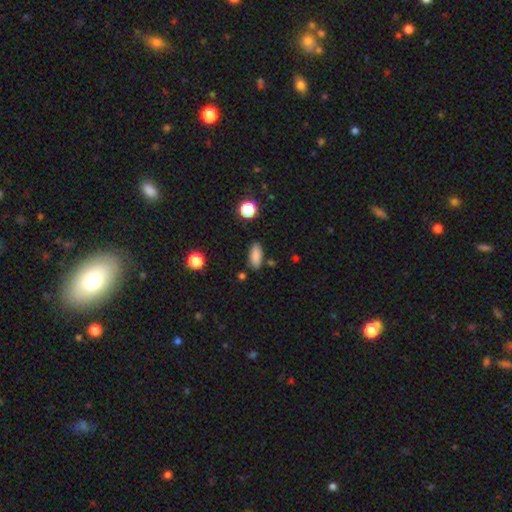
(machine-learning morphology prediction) The model was most divided on "how rounded": in between: 83%, cigar-shaped: 13%, round: 4%. More confident: smooth or featured — smooth (86%); merging — none (84%).